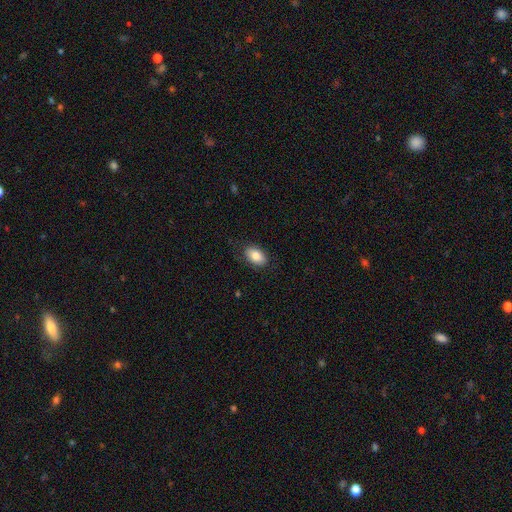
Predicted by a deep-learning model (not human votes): smooth_or_featured: smooth (p=0.85) [alt: featured or disk p=0.08]
how_rounded: in between (p=0.90) [alt: round p=0.09]
merging: none (p=0.84) [alt: minor disturbance p=0.12]